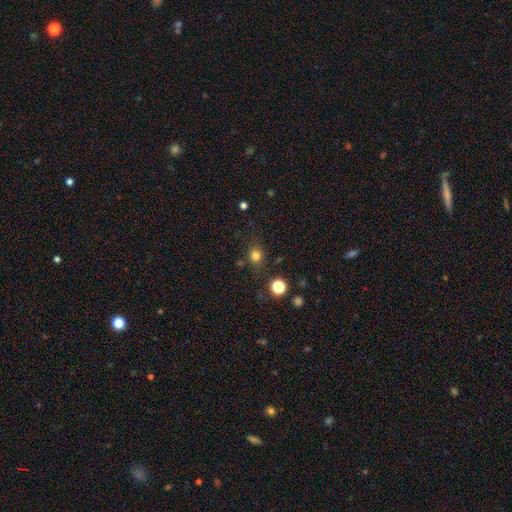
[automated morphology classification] type=smooth (77%); roundness=round (74%); merging=none (79%).